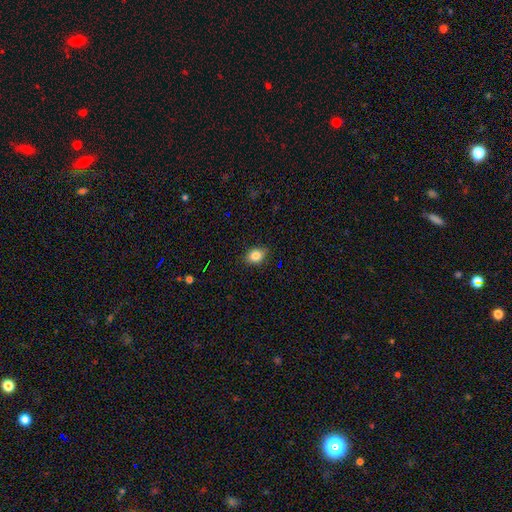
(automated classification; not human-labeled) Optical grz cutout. It shows a smooth galaxy with no disk features (85%) that is in between round and cigar-shaped (62%). Merging: none (85%).